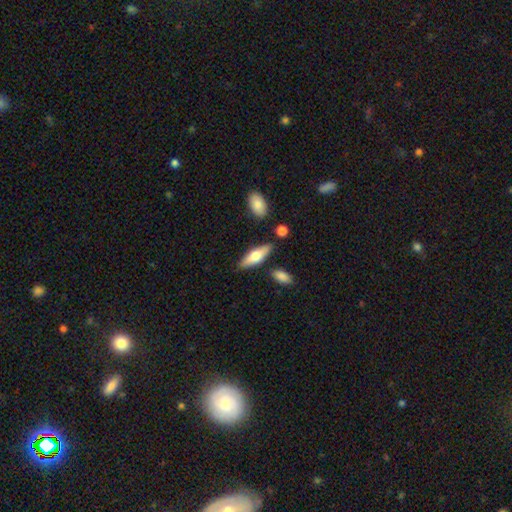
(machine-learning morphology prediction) Smooth or featured? Predicted: smooth (p=0.57). How rounded? Predicted: in between (p=0.54). Merging? Predicted: none (p=0.80).